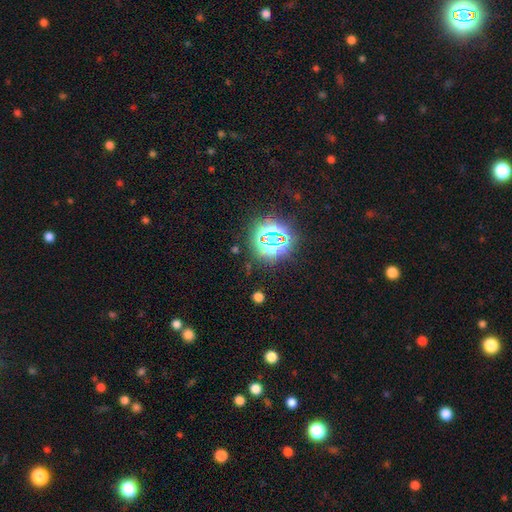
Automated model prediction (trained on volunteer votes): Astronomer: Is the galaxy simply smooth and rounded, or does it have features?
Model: star or artifact — 75%.